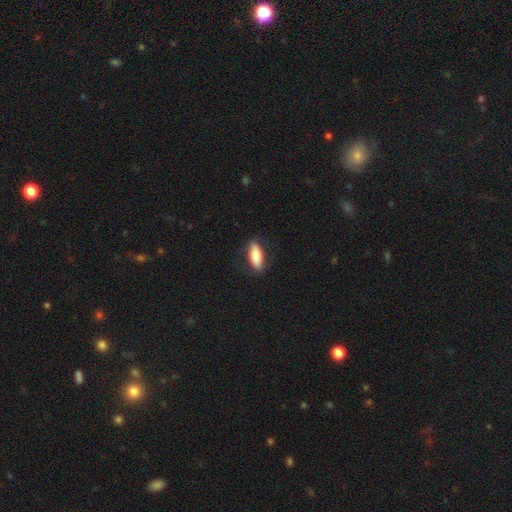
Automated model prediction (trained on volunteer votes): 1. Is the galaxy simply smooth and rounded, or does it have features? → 83% smooth, 11% featured or disk, 6% star or artifact.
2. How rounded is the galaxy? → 71% in between, 27% cigar-shaped, 2% round.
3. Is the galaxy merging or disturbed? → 81% none, 14% minor disturbance, 4% major disturbance, 1% merger.